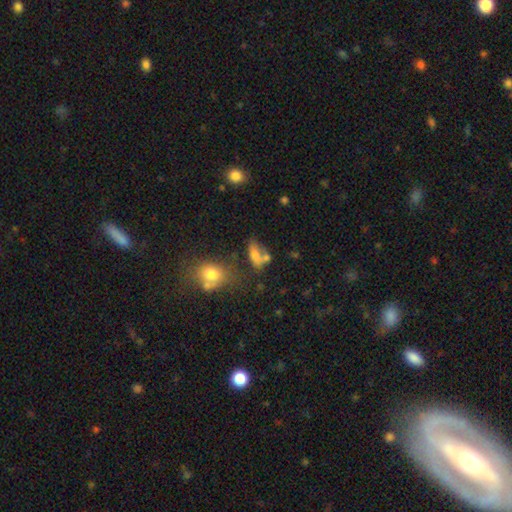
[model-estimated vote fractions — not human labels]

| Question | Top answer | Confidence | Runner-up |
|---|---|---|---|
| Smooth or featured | smooth | 67% | featured or disk (20%) |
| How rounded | in between | 82% | round (11%) |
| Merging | none | 35% | merger (32%) |